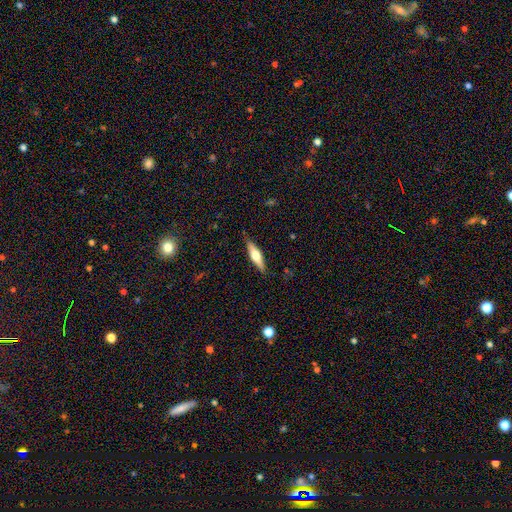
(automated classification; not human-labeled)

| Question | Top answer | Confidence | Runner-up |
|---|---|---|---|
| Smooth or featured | featured or disk | 55% | smooth (40%) |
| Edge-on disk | yes | 94% | no (6%) |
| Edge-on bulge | rounded | 91% | boxy (6%) |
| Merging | none | 87% | minor disturbance (10%) |